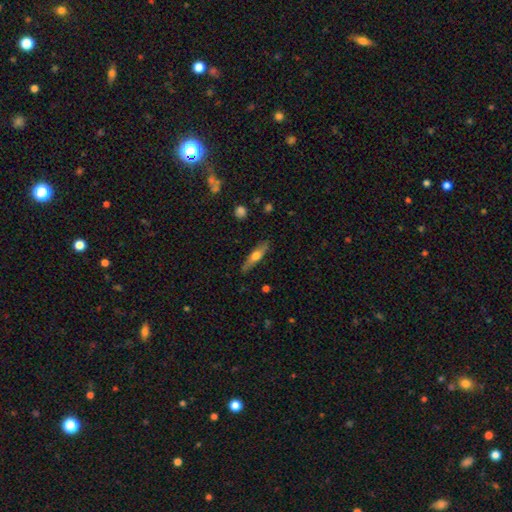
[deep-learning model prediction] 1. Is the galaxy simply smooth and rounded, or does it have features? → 51% smooth, 43% featured or disk, 6% star or artifact.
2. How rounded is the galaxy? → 76% cigar-shaped, 22% in between, 2% round.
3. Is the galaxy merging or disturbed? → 84% none, 12% minor disturbance, 2% major disturbance, 1% merger.